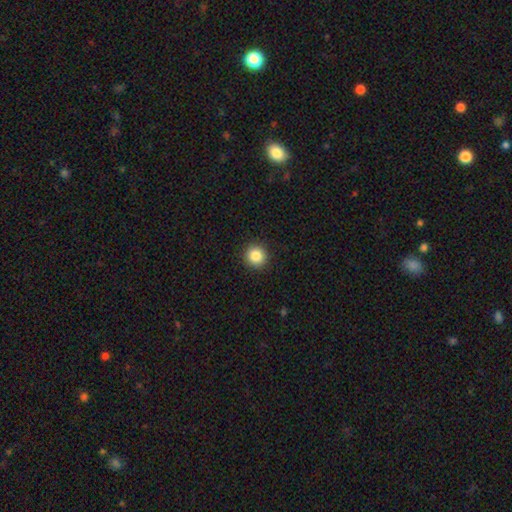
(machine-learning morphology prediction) Smooth or featured?
  - smooth: 86% *
  - star or artifact: 10%
  - featured or disk: 4%
How rounded?
  - round: 94% *
  - in between: 5%
  - cigar-shaped: 1%
Merging?
  - none: 92% *
  - minor disturbance: 5%
  - major disturbance: 2%
  - merger: 1%